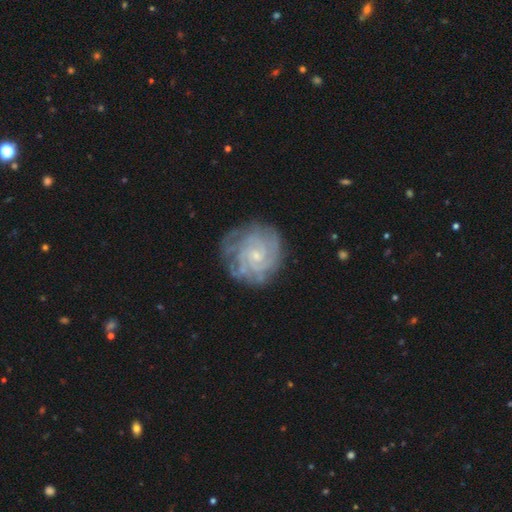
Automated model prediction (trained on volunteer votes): Overall: featured or disk (85%). Edge-on disk: no (98%). Bar: no (67%; weak 28%). Spiral arms: yes (97%). Spiral arm count: can't tell (33%; 3 19%). Spiral winding: tight (77%). Bulge size: small (72%). Merging: none (75%).